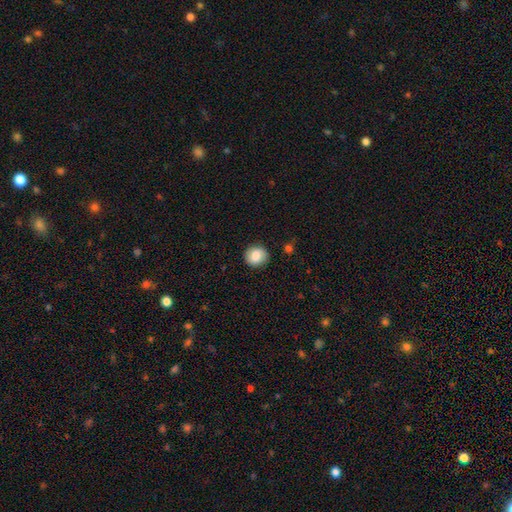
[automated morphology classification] Smooth or featured? Predicted: smooth (p=0.83). How rounded? Predicted: round (p=0.89). Merging? Predicted: none (p=0.90).